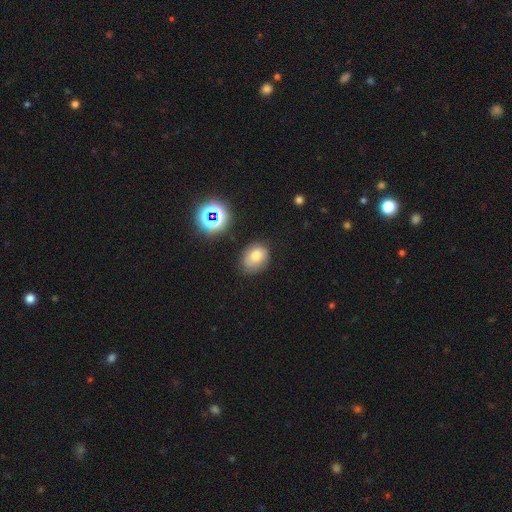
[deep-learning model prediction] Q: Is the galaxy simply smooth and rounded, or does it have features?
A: smooth — 72%.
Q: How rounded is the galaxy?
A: in between — 66%.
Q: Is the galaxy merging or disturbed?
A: none — 69%.